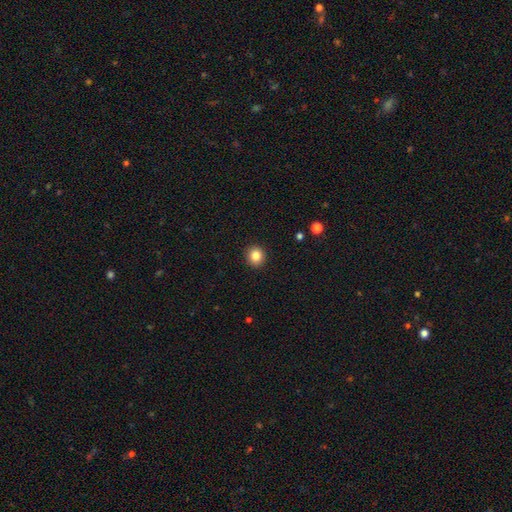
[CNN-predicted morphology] Smooth or featured: smooth — 85% (star or artifact — 10%)
How rounded: round — 88% (in between — 11%)
Merging: none — 92% (minor disturbance — 5%)